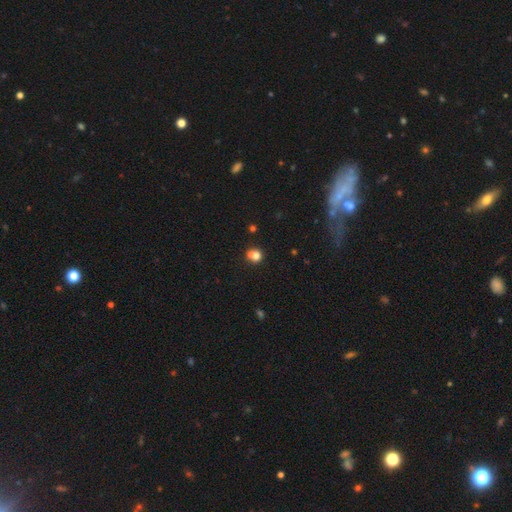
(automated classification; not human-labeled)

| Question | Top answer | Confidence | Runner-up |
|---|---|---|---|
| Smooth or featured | smooth | 78% | star or artifact (12%) |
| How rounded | round | 72% | in between (27%) |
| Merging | none | 55% | minor disturbance (21%) |